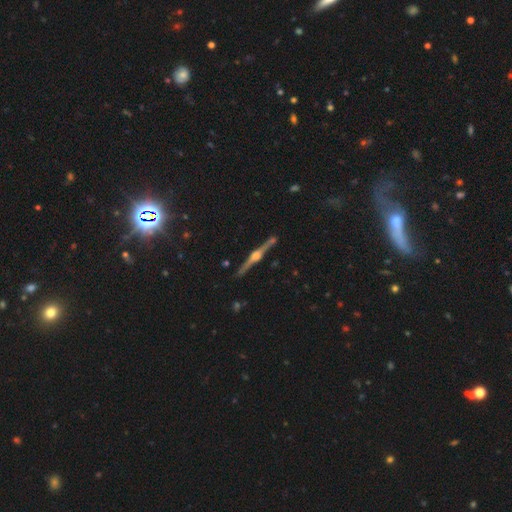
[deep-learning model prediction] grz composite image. It shows a featured or disk galaxy (87%) viewed edge-on (99%) with a rounded central bulge (90%). Merging: none (90%).